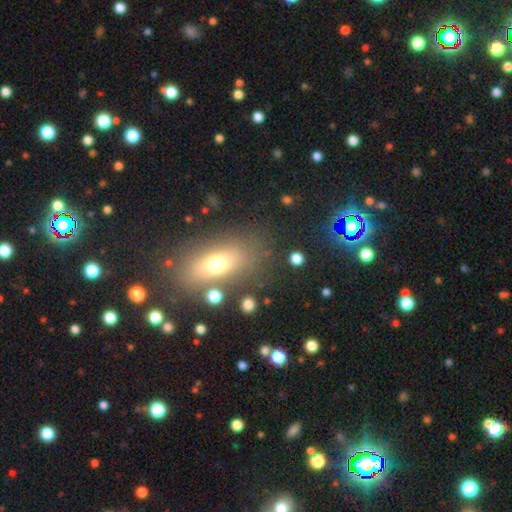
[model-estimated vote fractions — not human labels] smooth 52%, star or artifact 28%, featured or disk 20%. Down the decision tree: how rounded — in between (76%); merging — none (82%).